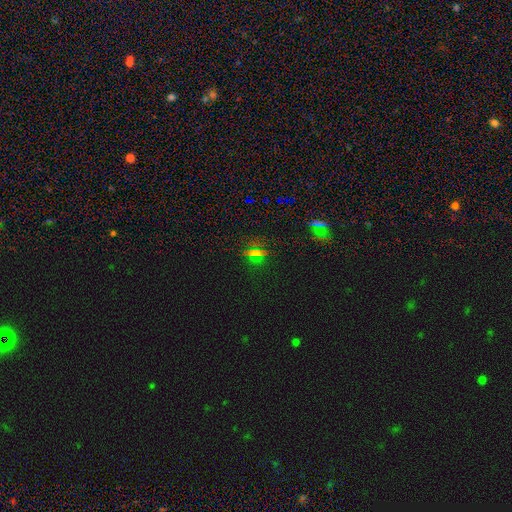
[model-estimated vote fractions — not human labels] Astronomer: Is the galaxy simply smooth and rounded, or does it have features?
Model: star or artifact — 61%.